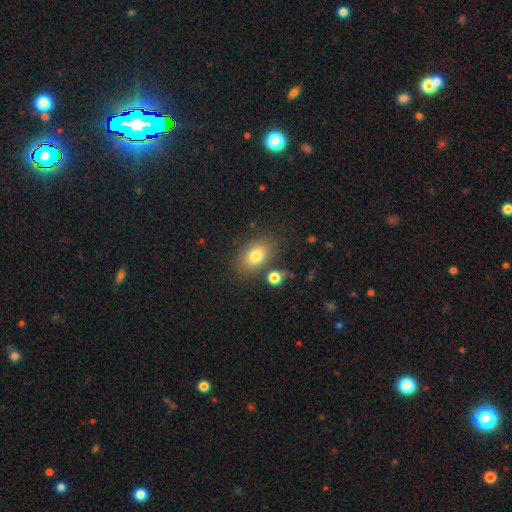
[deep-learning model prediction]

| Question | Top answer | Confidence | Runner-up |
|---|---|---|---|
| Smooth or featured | smooth | 78% | featured or disk (12%) |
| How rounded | in between | 83% | round (15%) |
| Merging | none | 77% | minor disturbance (12%) |